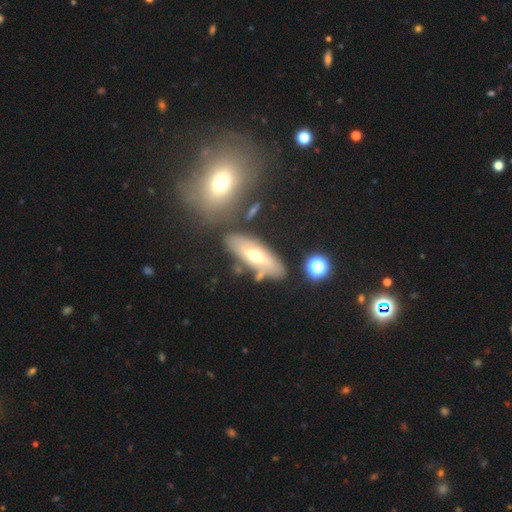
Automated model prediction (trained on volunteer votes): This appears to be a featured or disk galaxy (58%). Merging: none (70%).